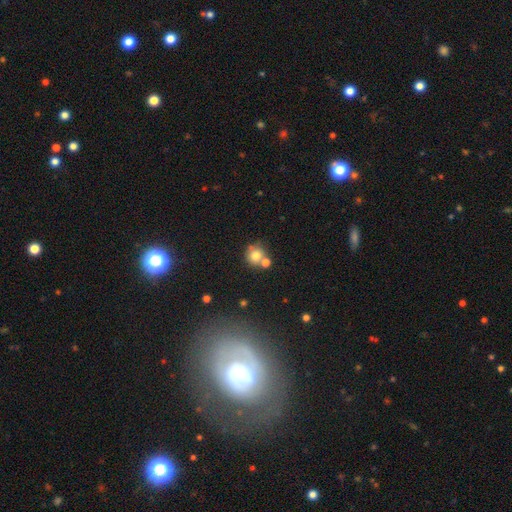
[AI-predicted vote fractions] Smooth or featured? smooth (75%)
How rounded? round (86%)
Merging? none (54%)